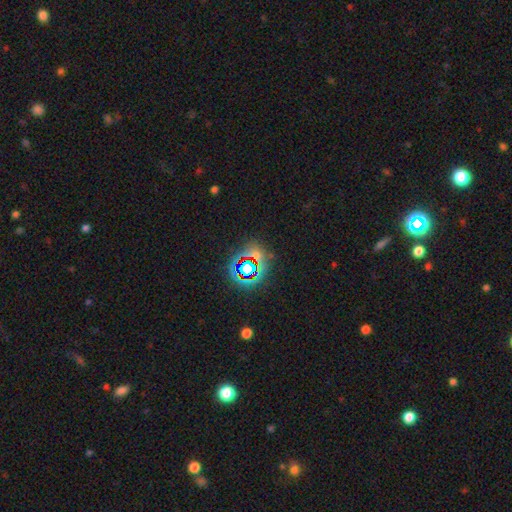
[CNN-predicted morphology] Smooth or featured? Predicted: star or artifact (p=0.68).